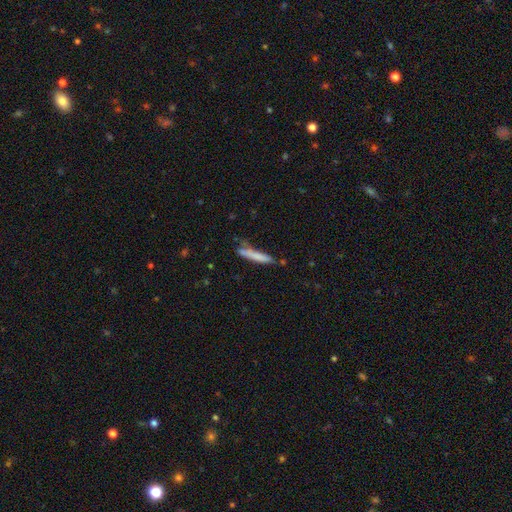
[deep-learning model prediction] Smooth or featured?
  - smooth: 73% *
  - featured or disk: 20%
  - star or artifact: 7%
How rounded?
  - cigar-shaped: 93% *
  - in between: 6%
  - round: 1%
Merging?
  - none: 66% *
  - minor disturbance: 22%
  - merger: 7%
  - major disturbance: 6%